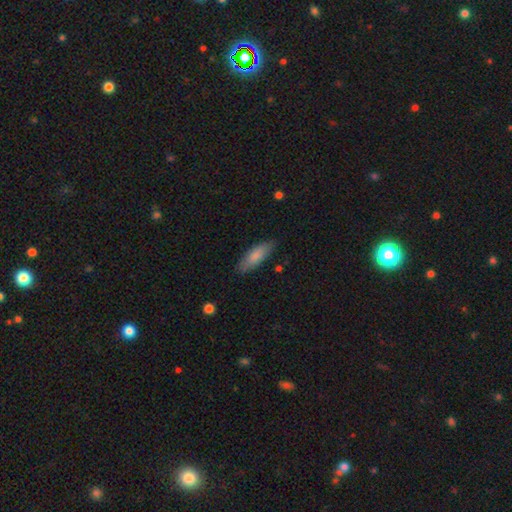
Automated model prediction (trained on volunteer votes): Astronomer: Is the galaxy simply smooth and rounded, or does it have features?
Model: smooth — 82%.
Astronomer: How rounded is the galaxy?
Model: in between — 60% (runner-up: cigar-shaped, 38%).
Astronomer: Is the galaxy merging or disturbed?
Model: none — 84%.